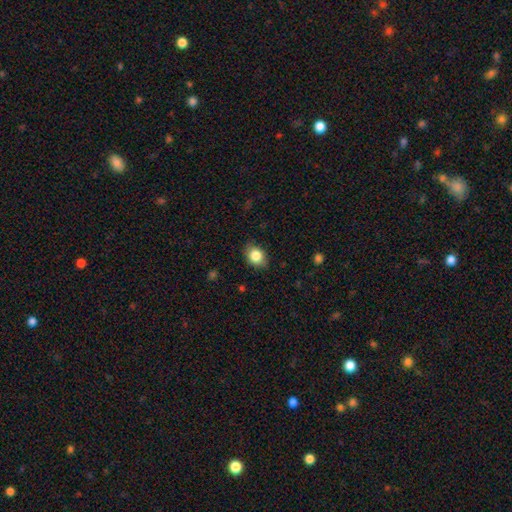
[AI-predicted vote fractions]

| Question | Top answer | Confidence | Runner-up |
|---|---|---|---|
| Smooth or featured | smooth | 83% | star or artifact (9%) |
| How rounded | in between | 59% | round (40%) |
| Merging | none | 81% | minor disturbance (15%) |